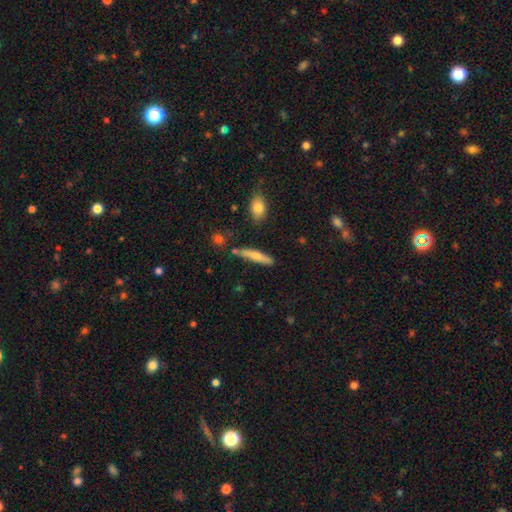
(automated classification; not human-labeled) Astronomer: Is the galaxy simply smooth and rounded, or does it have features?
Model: smooth — 49% (runner-up: featured or disk, 40%).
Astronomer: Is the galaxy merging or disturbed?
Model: none — 77%.